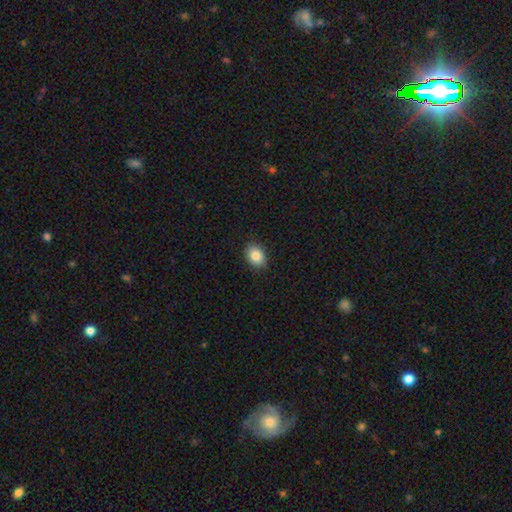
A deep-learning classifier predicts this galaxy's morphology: Smooth or featured? smooth (86%)
How rounded? in between (71%)
Merging? none (88%)